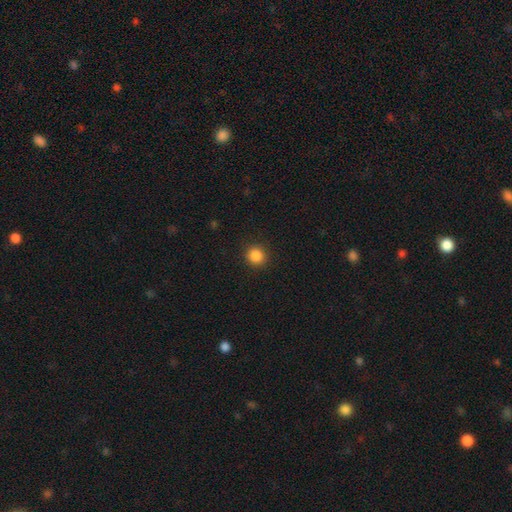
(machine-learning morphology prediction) Smooth or featured: smooth — 86% (star or artifact — 11%)
How rounded: round — 91% (in between — 8%)
Merging: none — 91% (minor disturbance — 6%)